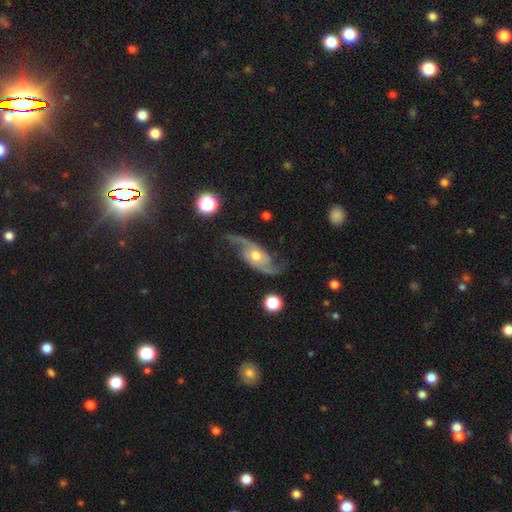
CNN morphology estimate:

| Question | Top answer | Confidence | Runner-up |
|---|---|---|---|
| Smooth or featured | featured or disk | 89% | star or artifact (6%) |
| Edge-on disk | no | 94% | yes (6%) |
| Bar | no | 67% | weak (26%) |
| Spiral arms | yes | 97% | no (3%) |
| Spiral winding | loose | 61% | medium (31%) |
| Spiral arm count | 2 | 93% | can't tell (2%) |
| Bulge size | moderate | 68% | small (23%) |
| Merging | none | 76% | minor disturbance (15%) |